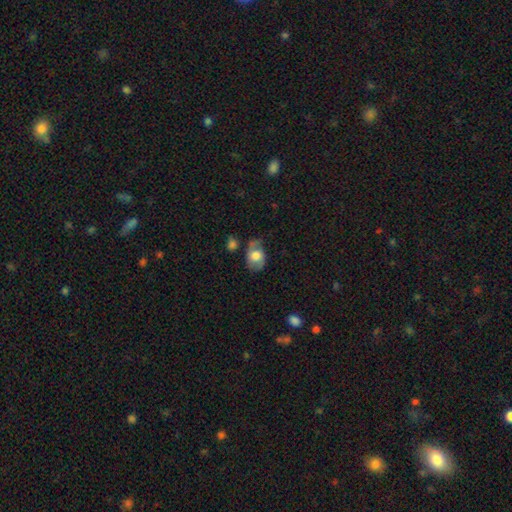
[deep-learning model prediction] Q: Smooth or featured?
A: smooth (56%); runner-up: featured or disk (37%)
Q: How rounded?
A: in between (75%); runner-up: round (24%)
Q: Merging?
A: none (50%); runner-up: minor disturbance (29%)